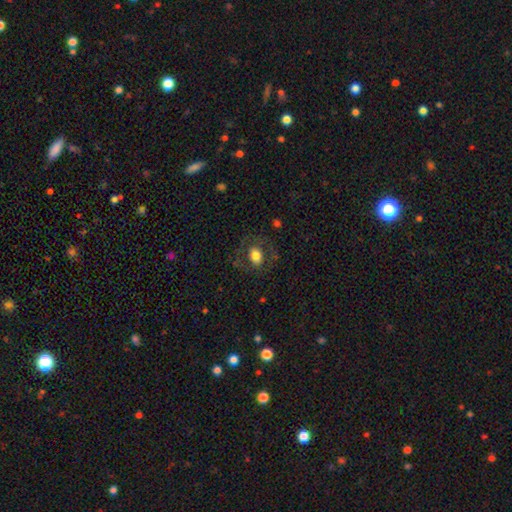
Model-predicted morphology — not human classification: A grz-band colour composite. It shows a smooth galaxy with no disk features (68%) that is in between round and cigar-shaped (63%). Merging: none (73%).